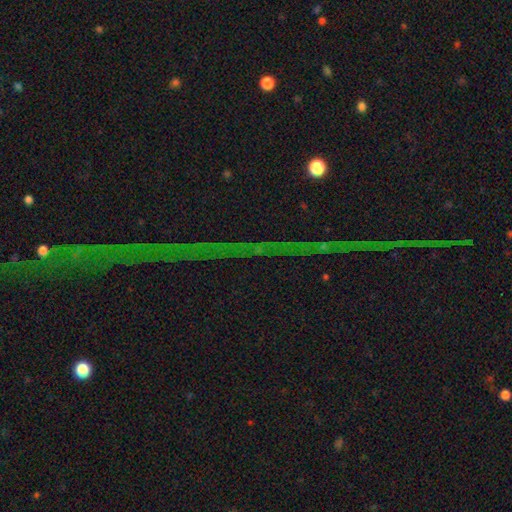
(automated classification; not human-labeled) Overall: star or artifact (81%).